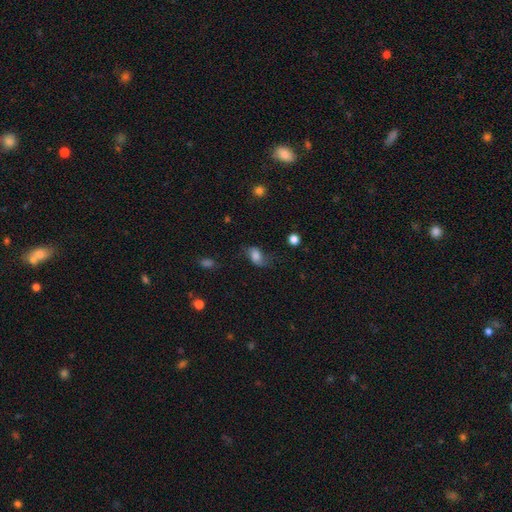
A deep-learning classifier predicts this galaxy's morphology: type=smooth (72%); roundness=in between (84%); merging=none (52%).